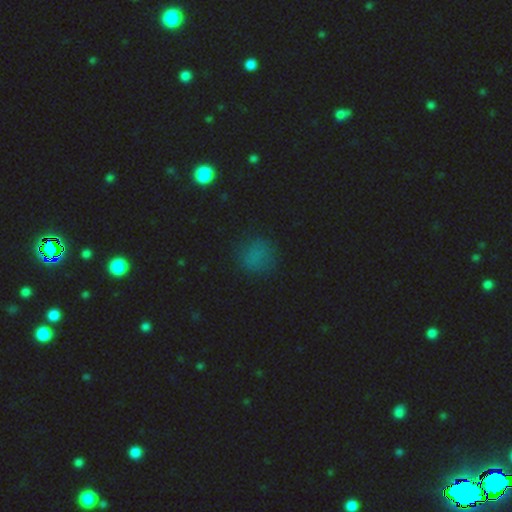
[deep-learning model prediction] smooth 69%, star or artifact 24%, featured or disk 7%. Down the decision tree: how rounded — round (85%); merging — none (81%).